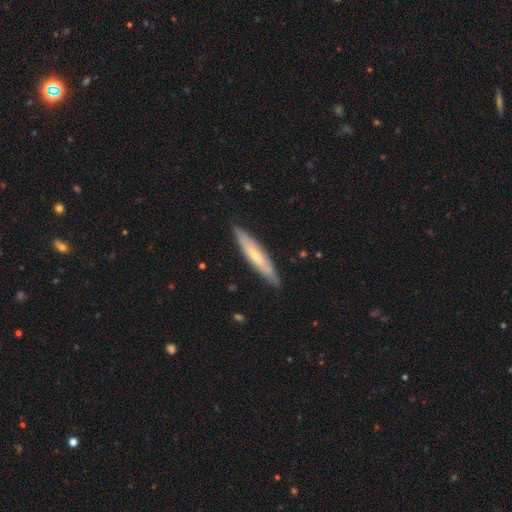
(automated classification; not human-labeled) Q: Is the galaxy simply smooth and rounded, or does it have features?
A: featured or disk — 51%.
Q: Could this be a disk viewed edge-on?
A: yes — 75%.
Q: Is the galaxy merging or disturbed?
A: none — 86%.